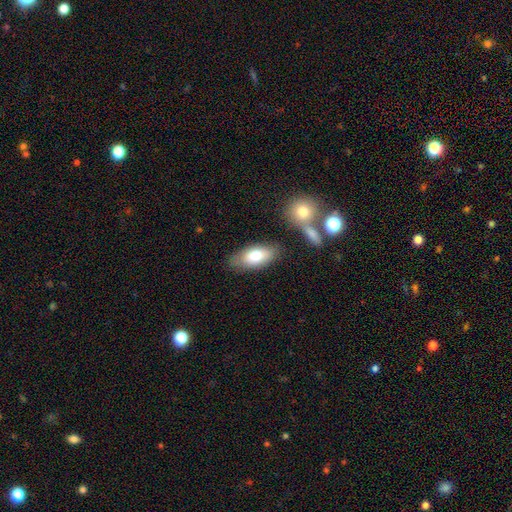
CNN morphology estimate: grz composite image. It shows a smooth galaxy with no disk features (76%) that is in between round and cigar-shaped (89%). Merging: none (73%).